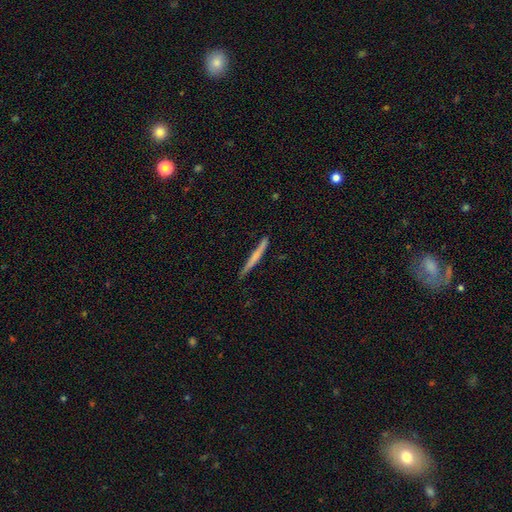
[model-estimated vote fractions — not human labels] smooth_or_featured: smooth (p=0.57) [alt: featured or disk p=0.37]
how_rounded: cigar-shaped (p=0.97) [alt: in between p=0.02]
merging: none (p=0.84) [alt: minor disturbance p=0.12]